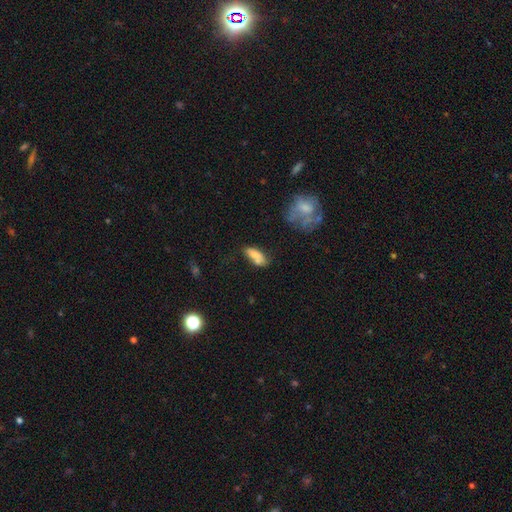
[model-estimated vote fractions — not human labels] Q: Smooth or featured?
A: smooth (70%); runner-up: featured or disk (21%)
Q: How rounded?
A: in between (76%); runner-up: cigar-shaped (20%)
Q: Merging?
A: none (42%); runner-up: merger (26%)